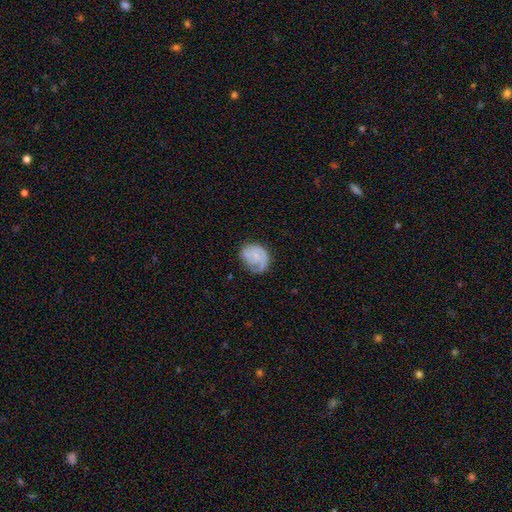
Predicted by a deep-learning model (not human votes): This appears to be a featured or disk galaxy (53%) with no bar (70%), spiral arms (87%) and a small central bulge (46%). Merging: none (56%).